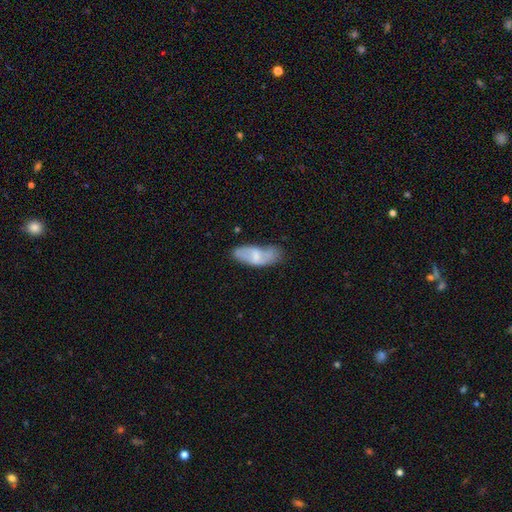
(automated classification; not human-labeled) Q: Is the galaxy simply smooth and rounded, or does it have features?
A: smooth — 58%.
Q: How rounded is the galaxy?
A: in between — 80%.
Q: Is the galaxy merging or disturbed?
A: none — 54%.